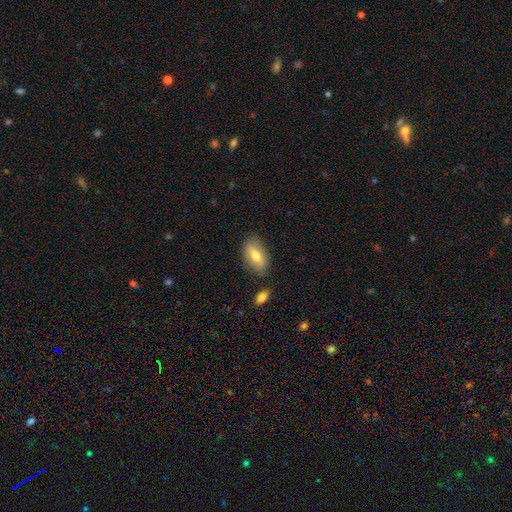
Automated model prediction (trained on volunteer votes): smooth 72%, featured or disk 21%, star or artifact 7%. Down the decision tree: how rounded — in between (90%); merging — none (80%).